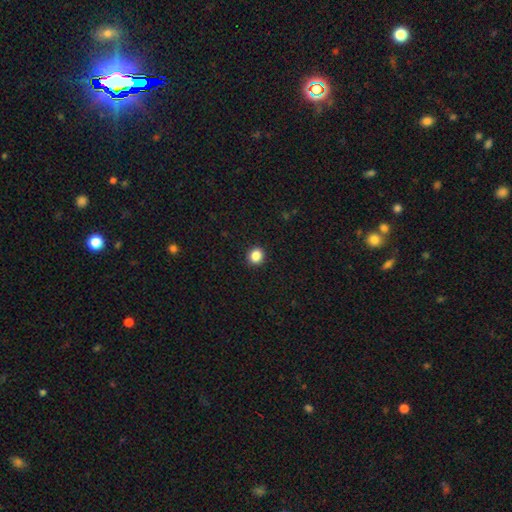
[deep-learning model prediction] smooth 86%, star or artifact 10%, featured or disk 3%. Down the decision tree: how rounded — round (83%); merging — none (93%).